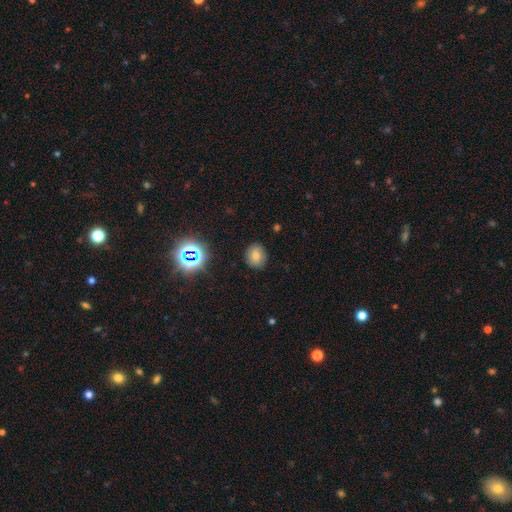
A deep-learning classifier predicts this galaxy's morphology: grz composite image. It shows a smooth galaxy with no disk features (75%) that is round (64%). Merging: none (86%).